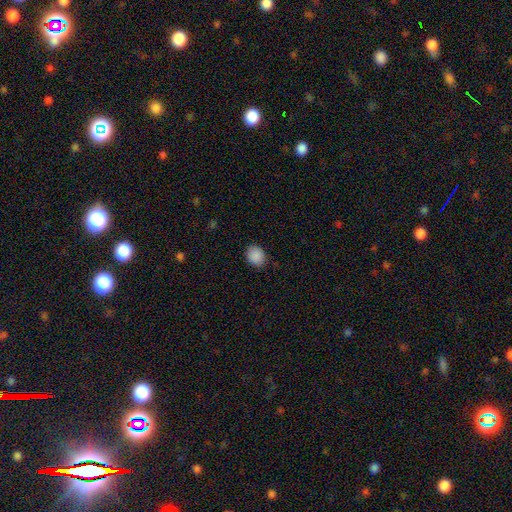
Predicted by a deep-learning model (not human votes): This is clearly a smooth galaxy (89%). How rounded: likely round (62%). Merging: clearly none (86%).